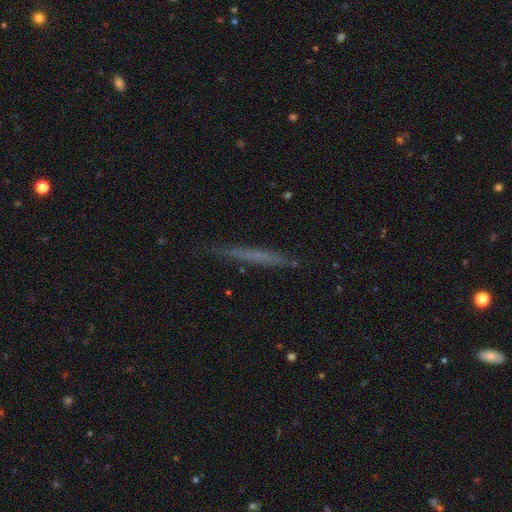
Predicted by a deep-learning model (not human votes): Smooth or featured? smooth (46%)
Merging? none (85%)